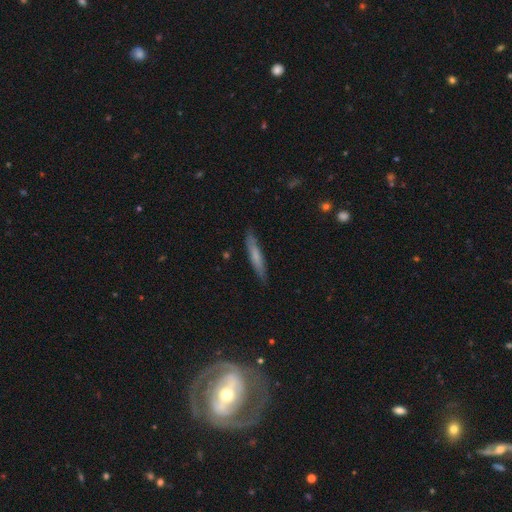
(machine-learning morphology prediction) This is likely a smooth galaxy (62%). How rounded: clearly cigar-shaped (92%). Merging: clearly none (85%).